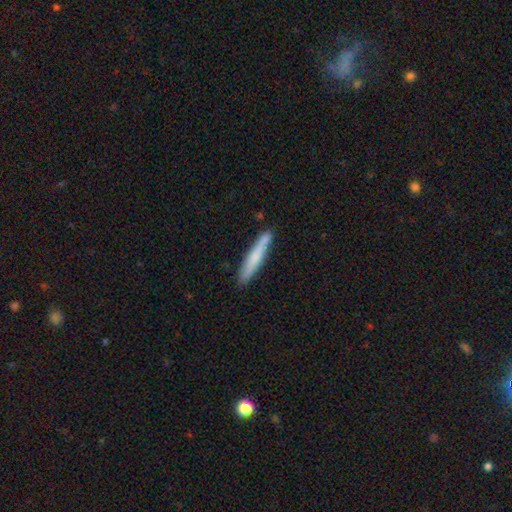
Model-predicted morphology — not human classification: Smooth or featured? smooth (66%)
How rounded? cigar-shaped (95%)
Merging? none (85%)